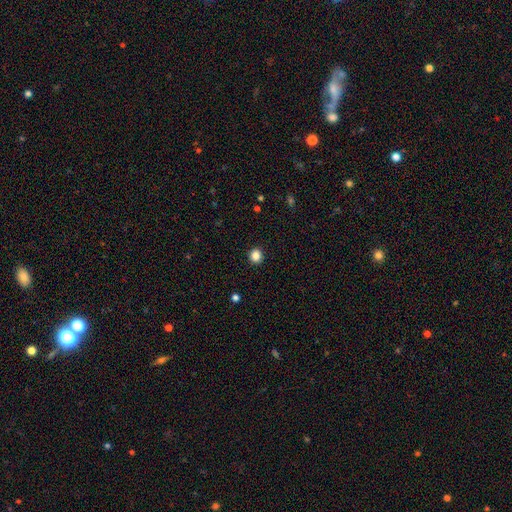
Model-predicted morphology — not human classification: The model was most divided on "smooth or featured": smooth: 85%, star or artifact: 11%, featured or disk: 4%. More confident: merging — none (93%); how rounded — round (87%).